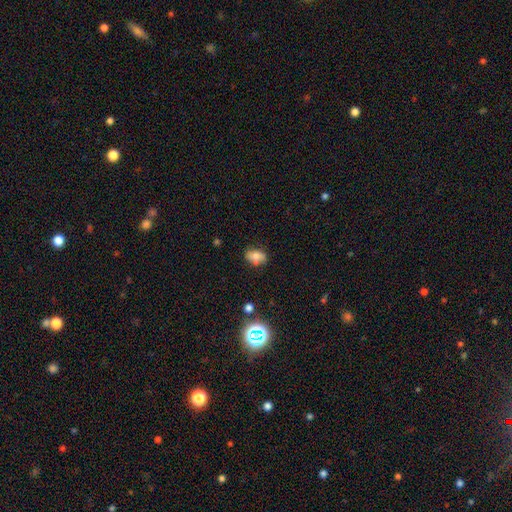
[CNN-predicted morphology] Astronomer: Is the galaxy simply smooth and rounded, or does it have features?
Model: smooth — 68%.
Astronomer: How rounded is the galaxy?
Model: in between — 77%.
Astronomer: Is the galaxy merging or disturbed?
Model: none — 67%.